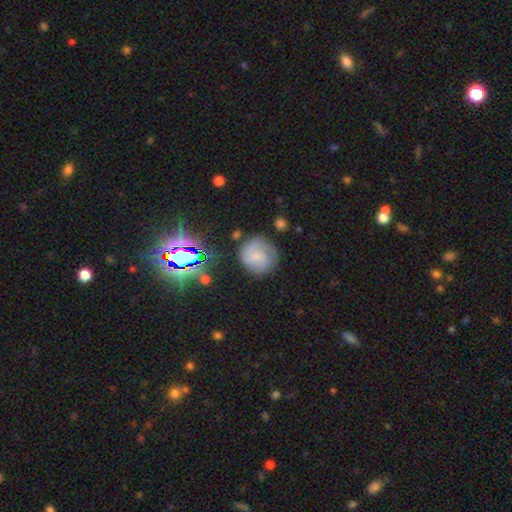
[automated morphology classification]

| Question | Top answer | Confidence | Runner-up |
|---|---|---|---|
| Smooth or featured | smooth | 48% | featured or disk (39%) |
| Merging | none | 70% | minor disturbance (19%) |